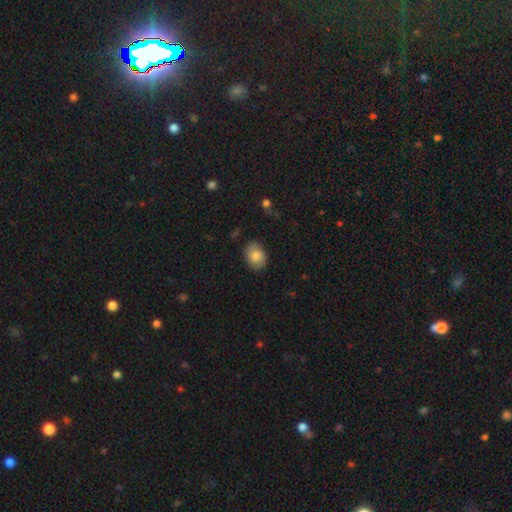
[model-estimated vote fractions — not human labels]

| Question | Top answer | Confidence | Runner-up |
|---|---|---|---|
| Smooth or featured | smooth | 84% | featured or disk (9%) |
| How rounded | in between | 71% | round (28%) |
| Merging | none | 84% | minor disturbance (12%) |